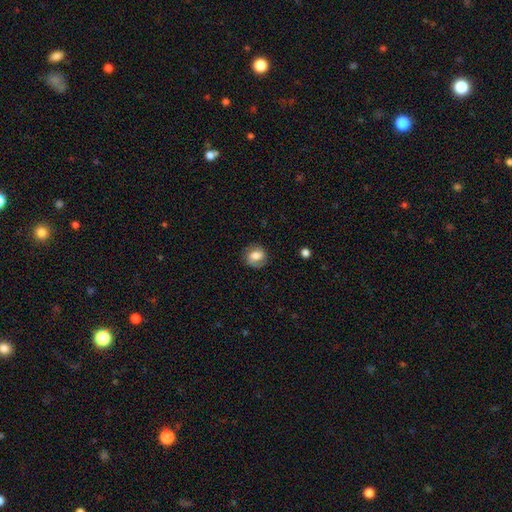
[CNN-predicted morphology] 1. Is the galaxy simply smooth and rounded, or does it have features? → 54% smooth, 37% featured or disk, 9% star or artifact.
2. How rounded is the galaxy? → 71% round, 27% in between, 1% cigar-shaped.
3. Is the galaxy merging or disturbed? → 79% none, 15% minor disturbance, 6% major disturbance, 1% merger.